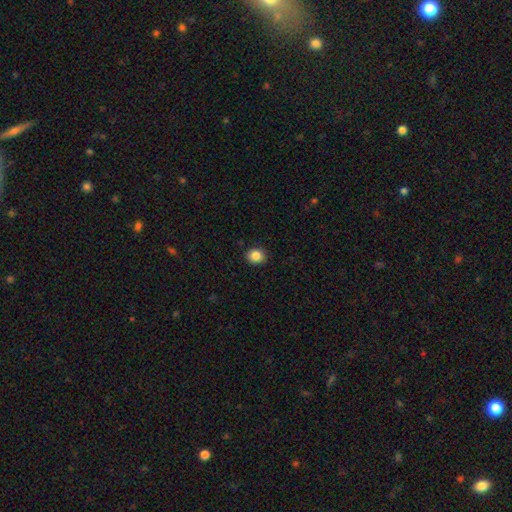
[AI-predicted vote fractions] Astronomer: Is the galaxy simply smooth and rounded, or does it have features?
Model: smooth — 86%.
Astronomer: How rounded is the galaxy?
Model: round — 70%.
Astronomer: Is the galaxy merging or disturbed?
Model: none — 90%.